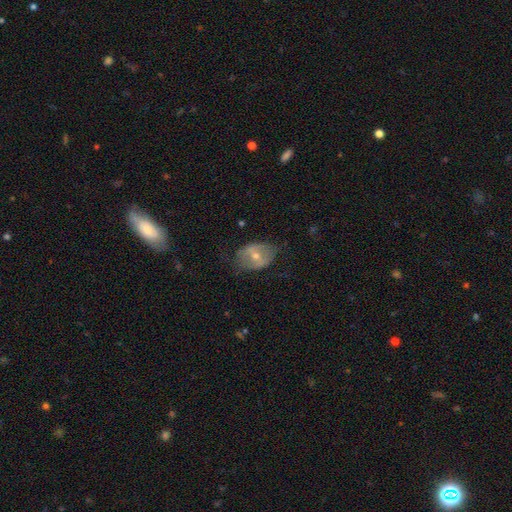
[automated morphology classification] smooth-or-featured: featured or disk: 57% | smooth: 34% | star or artifact: 10%
  disk-edge-on: no: 92% | yes: 8%
    bar: weak: 38% | no: 32% | strong: 30%
    has-spiral-arms: no: 60% | yes: 40%
    bulge-size: moderate: 52% | small: 45% | large: 2% | none: 1% | dominant: 1%
  merging: none: 67% | minor disturbance: 22% | major disturbance: 9% | merger: 1%